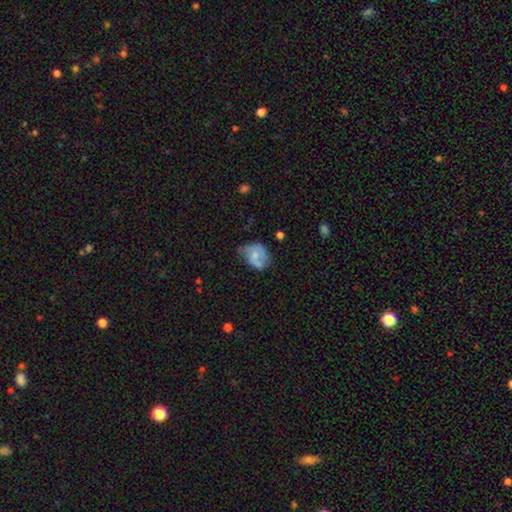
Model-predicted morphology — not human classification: smooth-or-featured: smooth: 51% | featured or disk: 41% | star or artifact: 8%
  how-rounded: in between: 53% | round: 46% | cigar-shaped: 1%
  merging: minor disturbance: 35% | none: 33% | major disturbance: 21% | merger: 11%